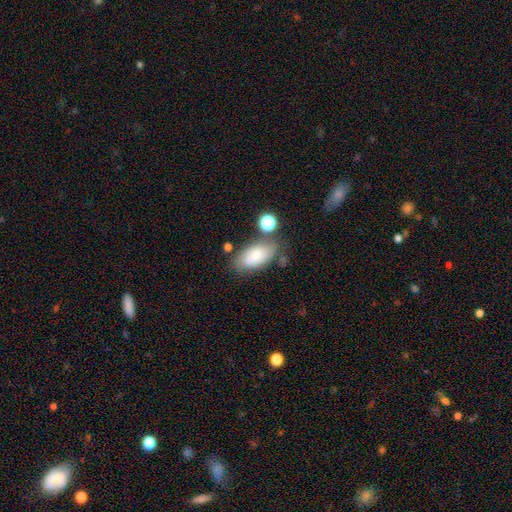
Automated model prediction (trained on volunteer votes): Smooth or featured: smooth — 70% (featured or disk — 22%)
How rounded: in between — 92% (round — 5%)
Merging: none — 64% (minor disturbance — 21%)